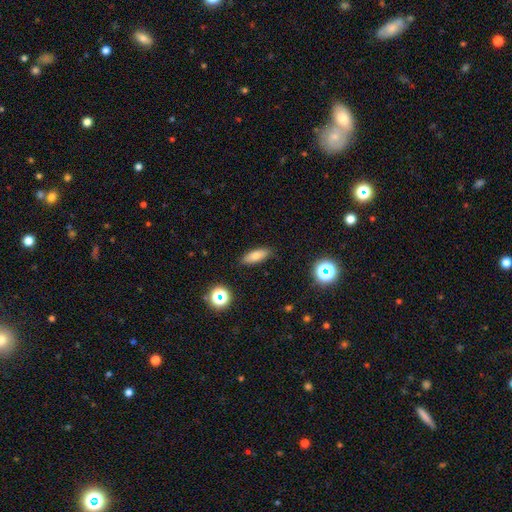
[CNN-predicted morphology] Smooth or featured?
  - smooth: 73% *
  - featured or disk: 16%
  - star or artifact: 11%
How rounded?
  - in between: 61% *
  - cigar-shaped: 35%
  - round: 4%
Merging?
  - none: 88% *
  - minor disturbance: 9%
  - major disturbance: 2%
  - merger: 1%